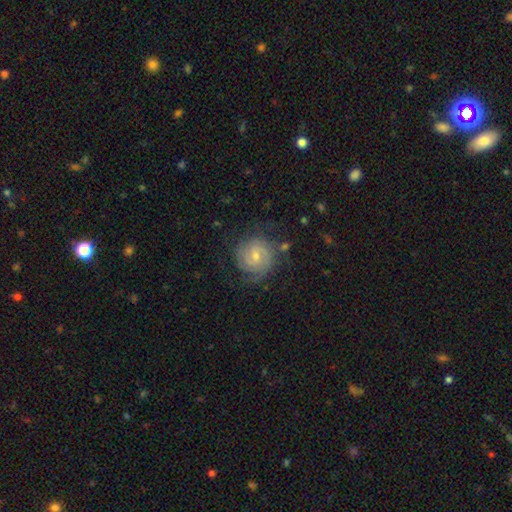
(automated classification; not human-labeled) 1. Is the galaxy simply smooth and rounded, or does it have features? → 71% featured or disk, 21% smooth, 8% star or artifact.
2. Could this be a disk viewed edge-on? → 98% no, 2% yes.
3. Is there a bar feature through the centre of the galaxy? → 49% no, 44% weak, 8% strong.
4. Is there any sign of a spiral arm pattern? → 92% yes, 8% no.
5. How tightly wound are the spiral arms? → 62% tight, 29% medium, 9% loose.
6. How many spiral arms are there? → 46% 2, 29% can't tell, 12% 3, 6% 1, 4% 4, 3% more than 4.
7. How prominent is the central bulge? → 56% small, 40% moderate, 2% none, 2% large, 1% dominant.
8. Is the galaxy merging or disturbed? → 73% none, 17% minor disturbance, 8% major disturbance, 2% merger.